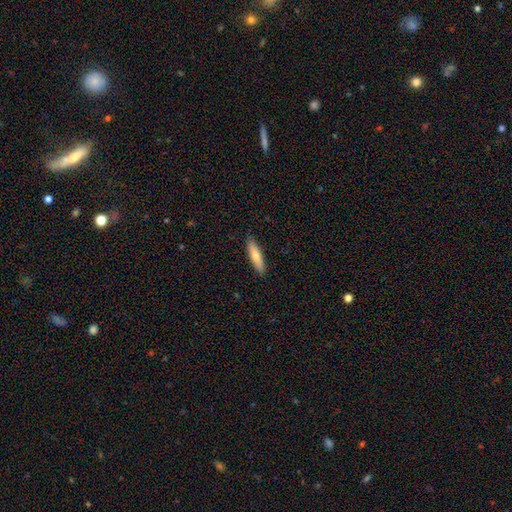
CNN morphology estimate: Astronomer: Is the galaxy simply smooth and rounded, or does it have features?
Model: smooth — 74%.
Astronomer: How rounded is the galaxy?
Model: cigar-shaped — 74%.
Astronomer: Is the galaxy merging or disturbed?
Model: none — 89%.